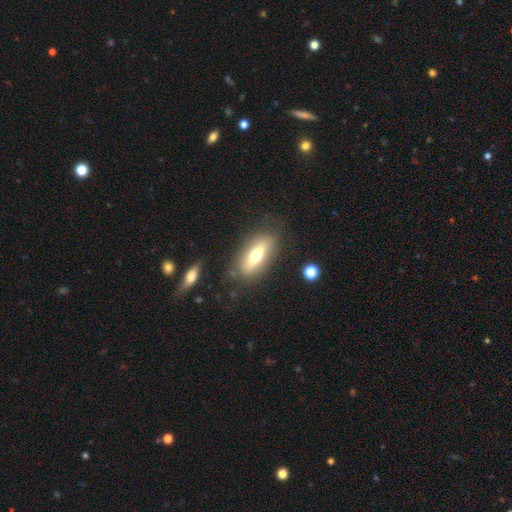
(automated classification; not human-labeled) Smooth or featured: smooth — 57% (featured or disk — 35%)
How rounded: in between — 67% (cigar-shaped — 30%)
Merging: none — 78% (minor disturbance — 13%)